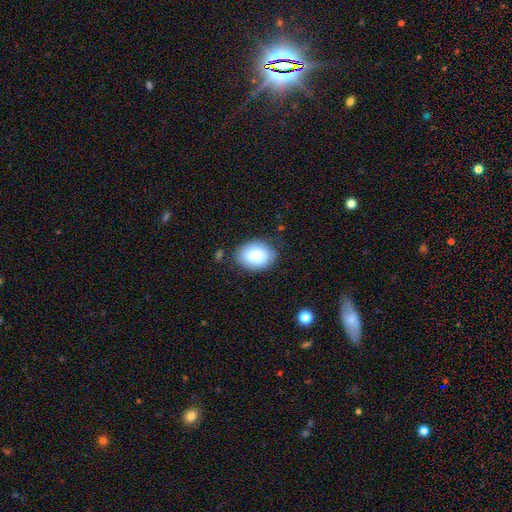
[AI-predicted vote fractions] Smooth or featured?
  - smooth: 81% *
  - featured or disk: 12%
  - star or artifact: 7%
How rounded?
  - in between: 73% *
  - round: 26%
  - cigar-shaped: 1%
Merging?
  - none: 75% *
  - minor disturbance: 18%
  - major disturbance: 5%
  - merger: 3%